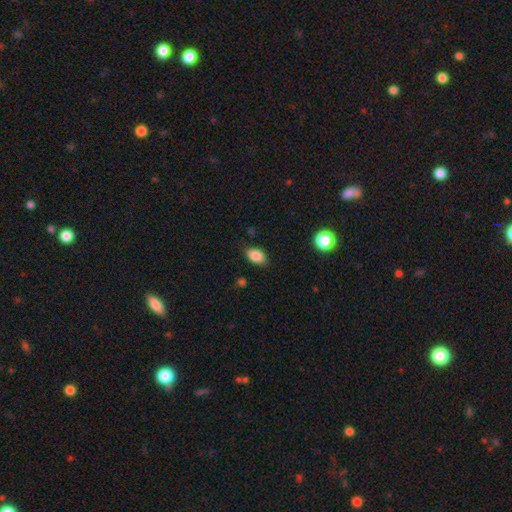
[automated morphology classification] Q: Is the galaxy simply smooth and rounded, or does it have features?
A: smooth — 86%.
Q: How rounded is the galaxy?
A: in between — 88%.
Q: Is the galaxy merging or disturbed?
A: none — 85%.